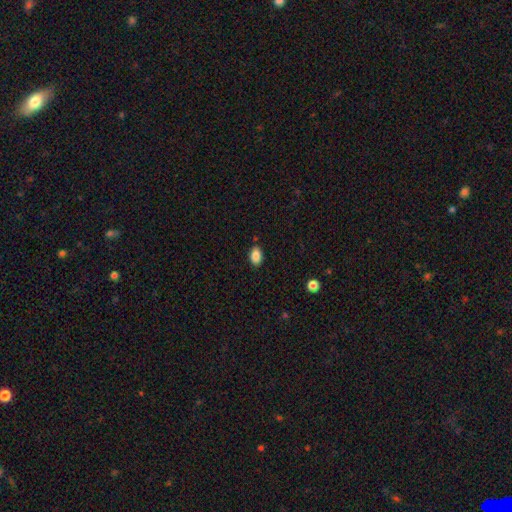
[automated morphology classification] Smooth or featured? Predicted: smooth (p=0.87). How rounded? Predicted: in between (p=0.88). Merging? Predicted: none (p=0.86).